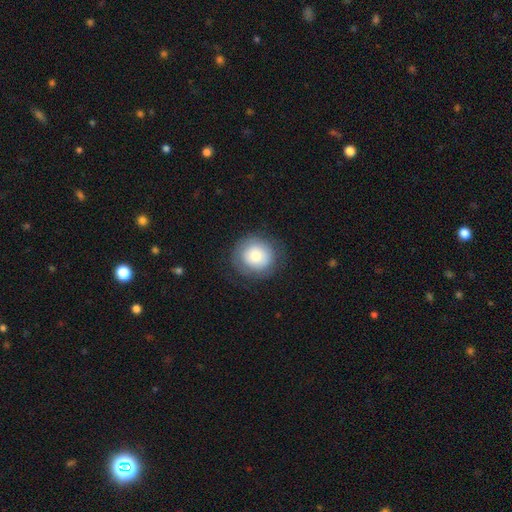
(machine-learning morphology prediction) type=smooth (73%); roundness=round (90%); merging=none (80%).